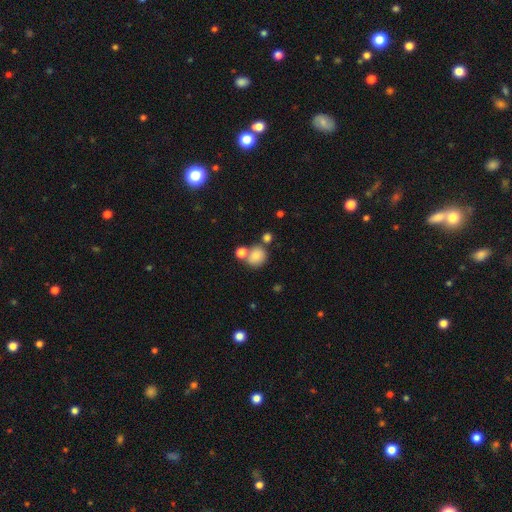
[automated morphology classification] Smooth or featured? Predicted: smooth (p=0.80). How rounded? Predicted: round (p=0.81). Merging? Predicted: none (p=0.55).